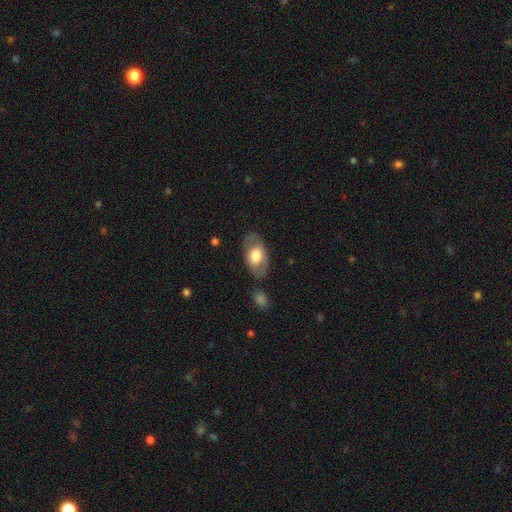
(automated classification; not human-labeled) Q: Smooth or featured?
A: smooth (57%); runner-up: featured or disk (37%)
Q: How rounded?
A: in between (92%); runner-up: round (6%)
Q: Merging?
A: none (77%); runner-up: minor disturbance (15%)